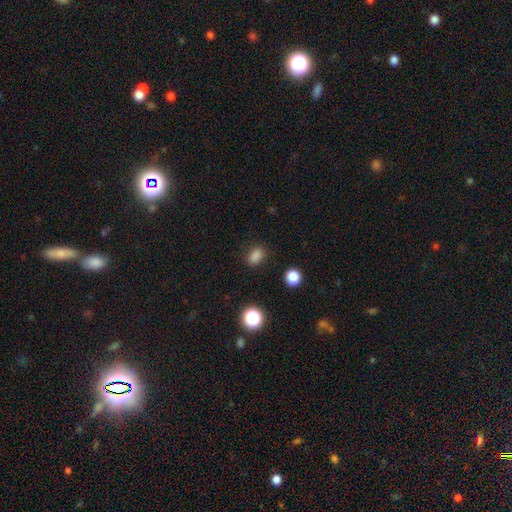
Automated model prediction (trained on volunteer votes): A smooth galaxy with no disk features (82%) that is in between round and cigar-shaped (75%).

Vote fractions:
- Smooth or featured? smooth: 82% / star or artifact: 14% / featured or disk: 4%
- How rounded? in between: 75% / round: 23% / cigar-shaped: 2%
- Merging? none: 84% / minor disturbance: 11% / major disturbance: 3% / merger: 2%